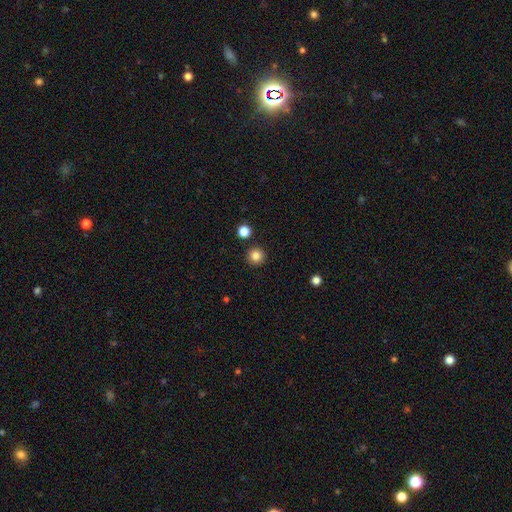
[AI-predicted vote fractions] Smooth or featured: smooth — 83% (star or artifact — 12%)
How rounded: round — 96% (in between — 3%)
Merging: none — 91% (minor disturbance — 5%)